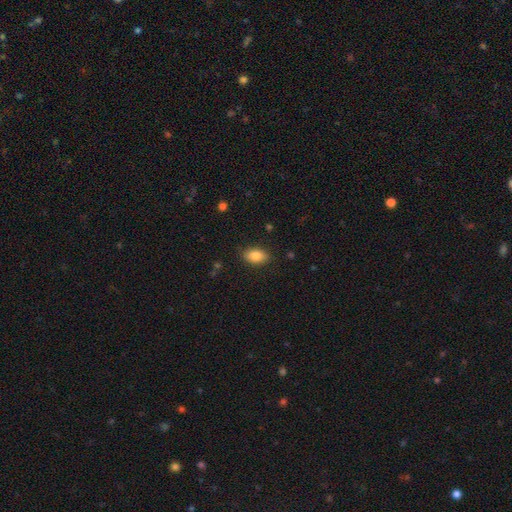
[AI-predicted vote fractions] Morphology: type=smooth (84%); roundness=in between (90%); merging=none (86%).